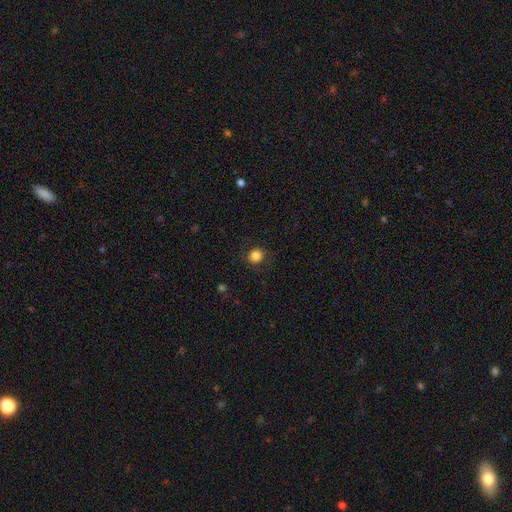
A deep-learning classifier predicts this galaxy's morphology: Smooth or featured? smooth (85%)
How rounded? round (92%)
Merging? none (87%)